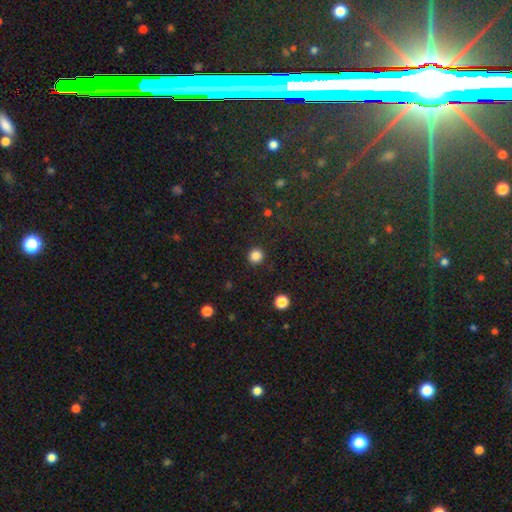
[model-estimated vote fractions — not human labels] Smooth or featured?
  - smooth: 85% *
  - star or artifact: 12%
  - featured or disk: 3%
How rounded?
  - round: 93% *
  - in between: 6%
  - cigar-shaped: 1%
Merging?
  - none: 91% *
  - minor disturbance: 5%
  - major disturbance: 2%
  - merger: 1%